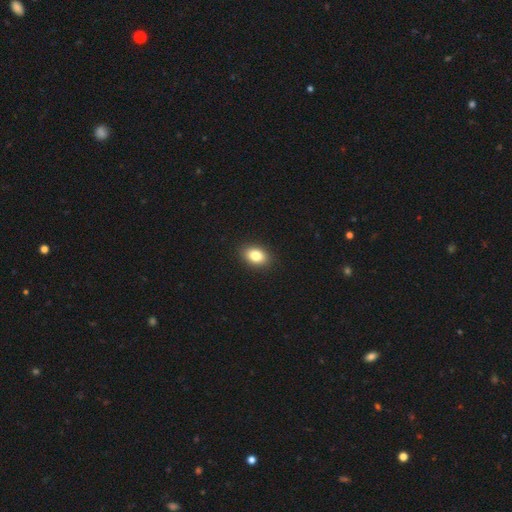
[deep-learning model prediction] Smooth or featured?
  - smooth: 84% *
  - star or artifact: 9%
  - featured or disk: 8%
How rounded?
  - in between: 80% *
  - round: 19%
  - cigar-shaped: 1%
Merging?
  - none: 90% *
  - minor disturbance: 7%
  - major disturbance: 2%
  - merger: 1%